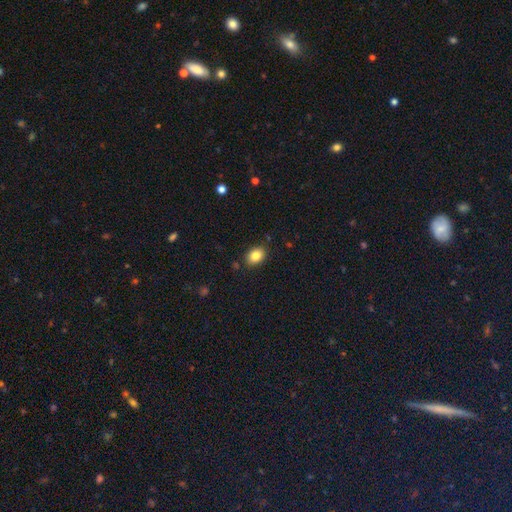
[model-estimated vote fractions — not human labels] Overall: smooth (83%). How rounded: in between (75%). Merging: none (86%).